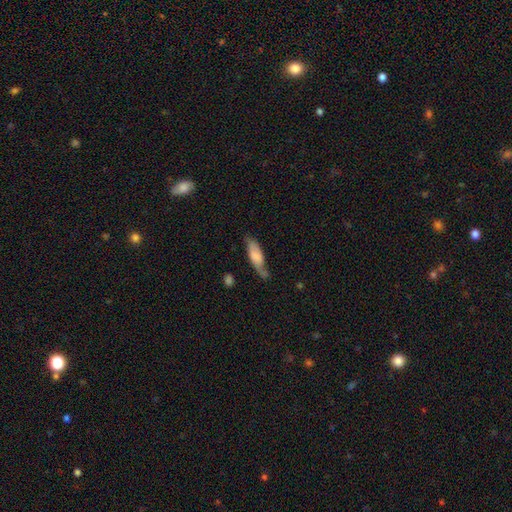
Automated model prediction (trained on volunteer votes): A smooth galaxy with no disk features (60%) that is in between round and cigar-shaped (59%). Merging: none (53%).